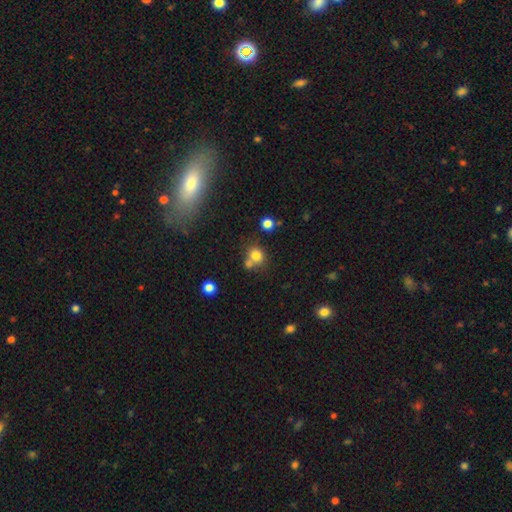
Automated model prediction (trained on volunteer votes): Overall: smooth (77%). How rounded: round (77%). Merging: none (53%; merger 30%).